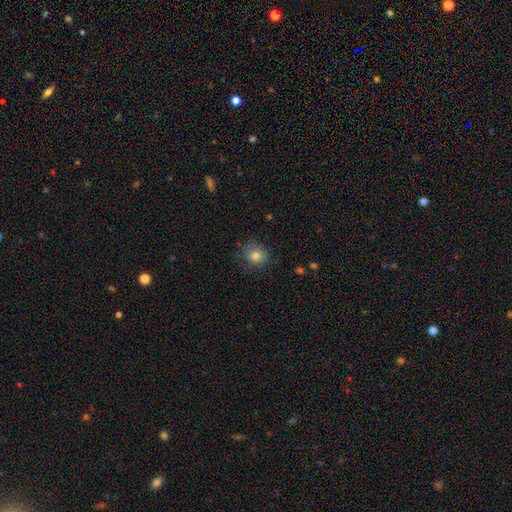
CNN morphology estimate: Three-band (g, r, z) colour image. It shows a smooth galaxy with no disk features (80%) that is round (80%). Merging: none (78%).